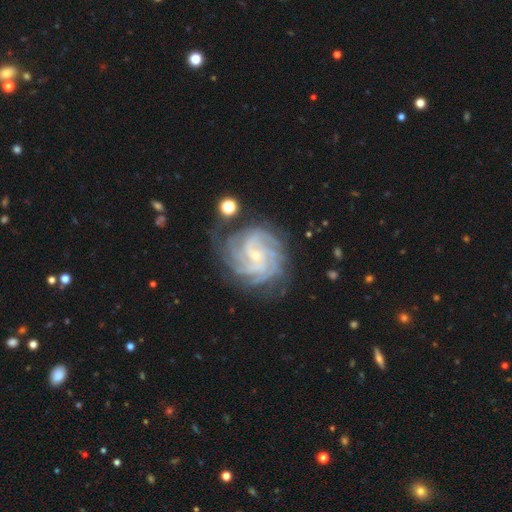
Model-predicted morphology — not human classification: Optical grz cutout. It shows a featured or disk galaxy (90%) with no bar (58%), 4 (36%) tight (73%) spiral arms (98%) and a small central bulge (78%). Merging: none (78%).